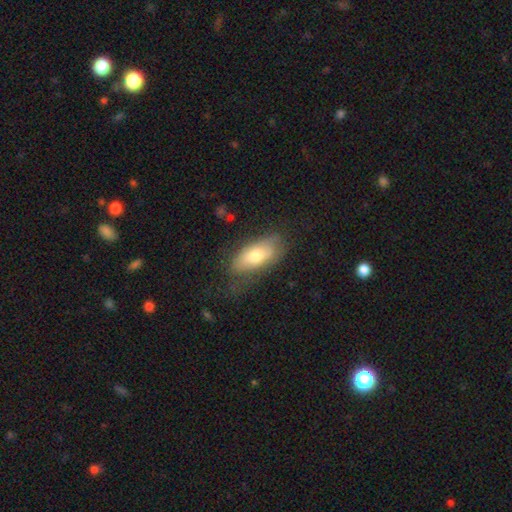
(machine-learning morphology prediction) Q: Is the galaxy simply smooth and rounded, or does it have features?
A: smooth — 68%.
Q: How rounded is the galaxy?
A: in between — 85%.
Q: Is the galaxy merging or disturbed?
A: none — 61%.